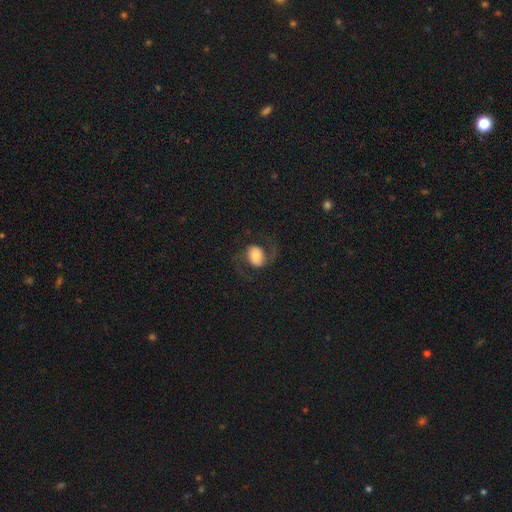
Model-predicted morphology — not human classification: featured or disk 63%, smooth 29%, star or artifact 8%. Down the decision tree: edge-on disk — no (97%); bar — no (55%); spiral arms — yes (88%); spiral arm count — 2 (92%); spiral winding — loose (49%); bulge size — moderate (47%); merging — none (70%).